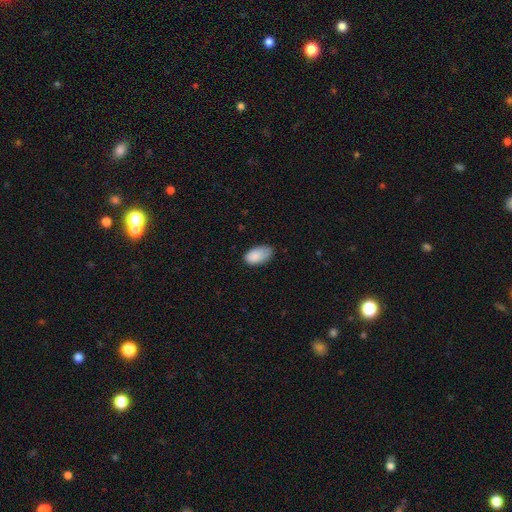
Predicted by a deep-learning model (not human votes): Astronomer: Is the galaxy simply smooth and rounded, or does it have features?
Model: smooth — 87%.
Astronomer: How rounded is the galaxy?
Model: in between — 95%.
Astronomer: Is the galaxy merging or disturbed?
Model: none — 63%.